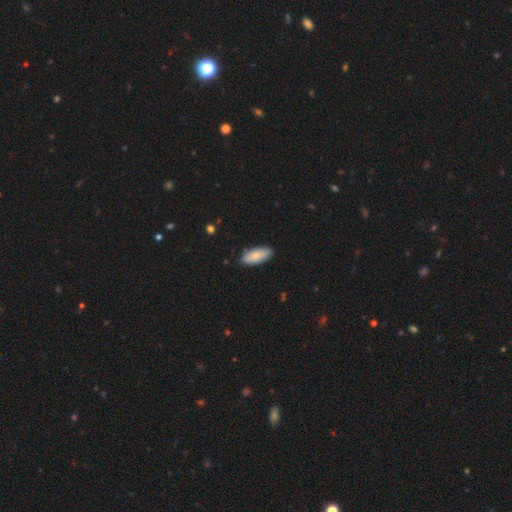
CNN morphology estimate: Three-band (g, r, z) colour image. It shows a smooth galaxy with no disk features (80%) that is in between round and cigar-shaped (85%). Merging: none (86%).